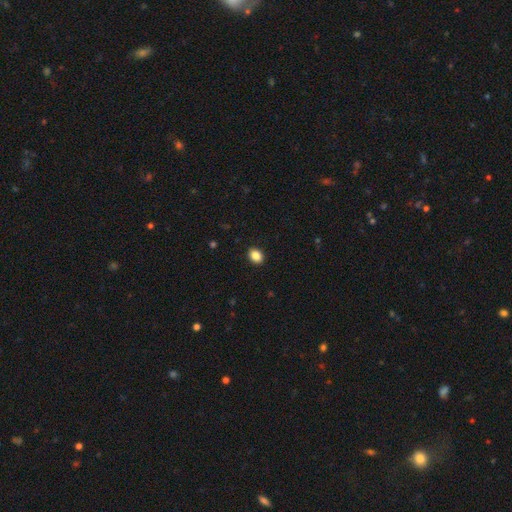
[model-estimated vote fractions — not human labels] Smooth or featured? Predicted: smooth (p=0.87). How rounded? Predicted: in between (p=0.61). Merging? Predicted: none (p=0.91).